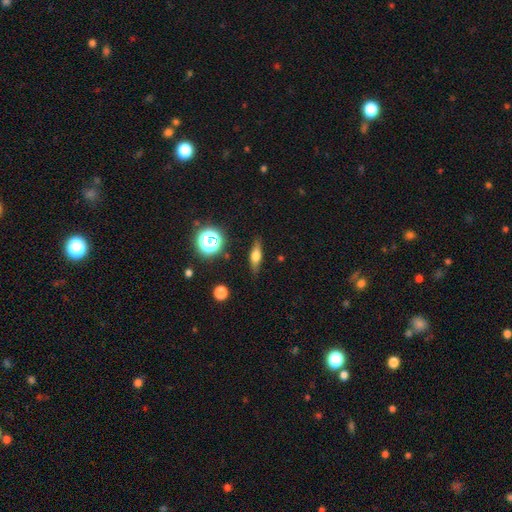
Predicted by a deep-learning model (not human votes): Q: Smooth or featured?
A: smooth (51%); runner-up: featured or disk (37%)
Q: How rounded?
A: cigar-shaped (46%); runner-up: in between (44%)
Q: Merging?
A: none (83%); runner-up: minor disturbance (12%)